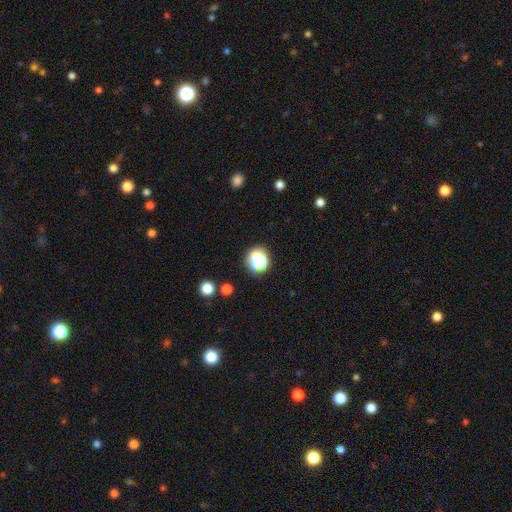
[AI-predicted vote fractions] smooth_or_featured: smooth (p=0.61) [alt: star or artifact p=0.29]
how_rounded: round (p=0.79) [alt: in between p=0.20]
merging: none (p=0.72) [alt: minor disturbance p=0.13]